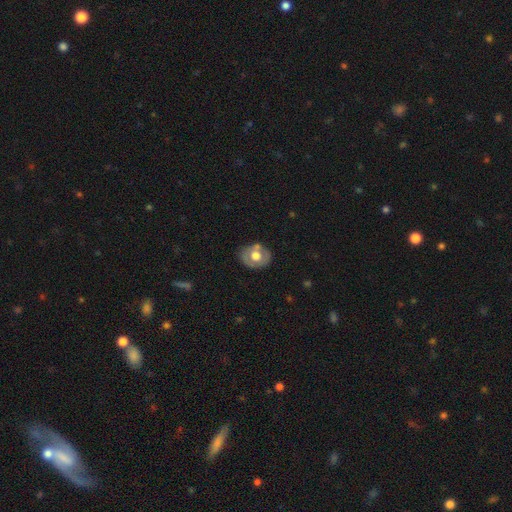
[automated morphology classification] The model was most divided on "smooth or featured": smooth: 49%, featured or disk: 44%, star or artifact: 6%. More confident: merging — none (72%).